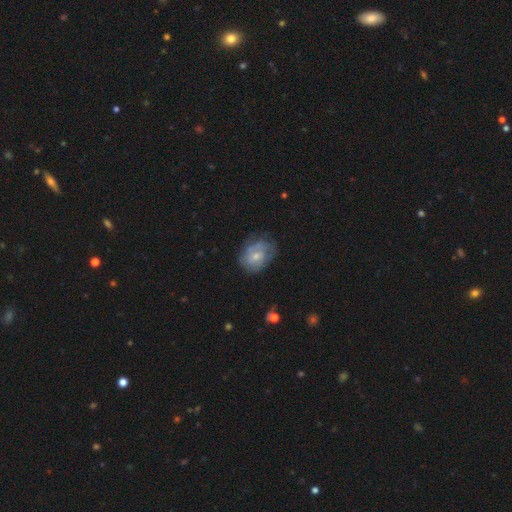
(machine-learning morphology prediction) Smooth or featured? featured or disk (53%)
Edge-on disk? no (97%)
Bar? no (67%)
Spiral arms? yes (58%)
Bulge size? small (56%)
Merging? none (54%)